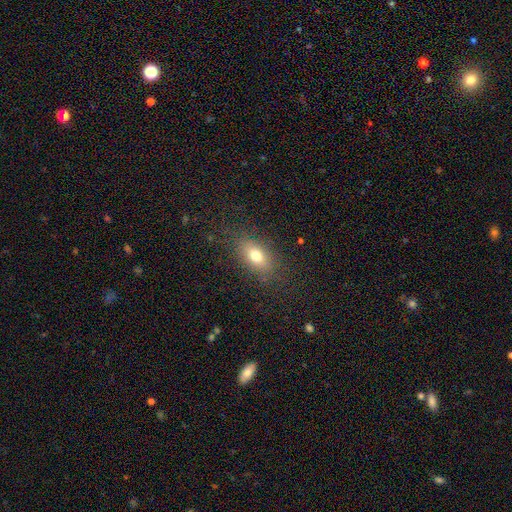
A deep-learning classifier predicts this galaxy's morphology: Smooth or featured? smooth (74%)
How rounded? in between (80%)
Merging? none (82%)